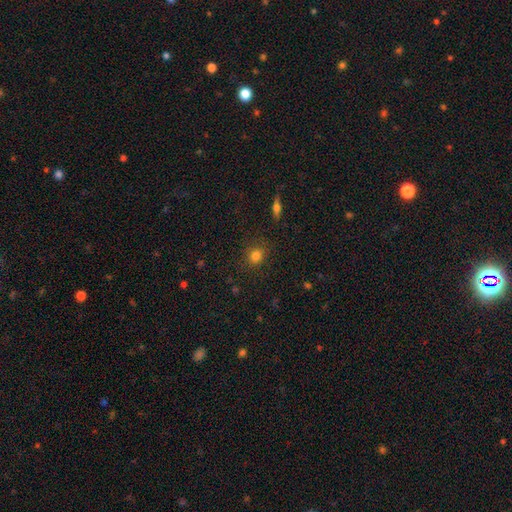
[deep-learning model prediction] Smooth or featured? Predicted: smooth (p=0.81). How rounded? Predicted: round (p=0.82). Merging? Predicted: none (p=0.86).